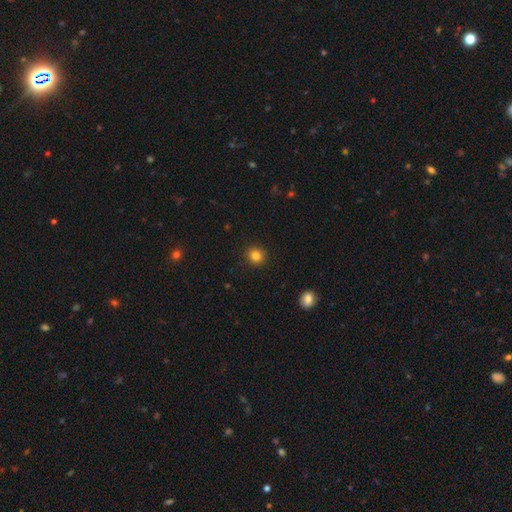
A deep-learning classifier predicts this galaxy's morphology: smooth 83%, star or artifact 12%, featured or disk 5%. Down the decision tree: how rounded — round (91%); merging — none (92%).